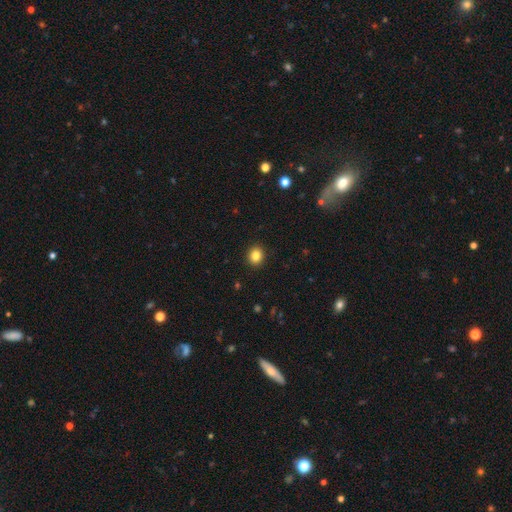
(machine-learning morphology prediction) type=smooth (84%); roundness=round (79%); merging=none (92%).